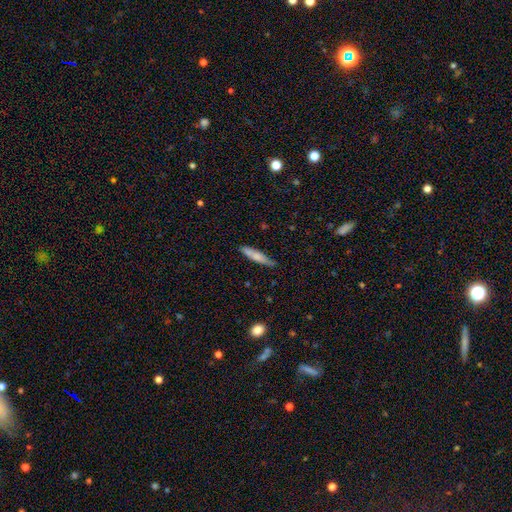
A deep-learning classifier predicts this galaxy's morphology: Q: Smooth or featured?
A: smooth (71%); runner-up: featured or disk (23%)
Q: How rounded?
A: cigar-shaped (85%); runner-up: in between (13%)
Q: Merging?
A: none (77%); runner-up: minor disturbance (18%)